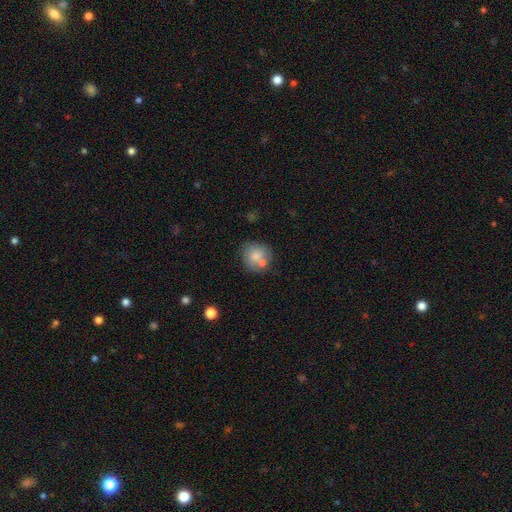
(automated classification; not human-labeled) smooth-or-featured: smooth: 77% | featured or disk: 15% | star or artifact: 8%
  how-rounded: round: 85% | in between: 14% | cigar-shaped: 1%
  merging: none: 60% | merger: 21% | minor disturbance: 14% | major disturbance: 5%